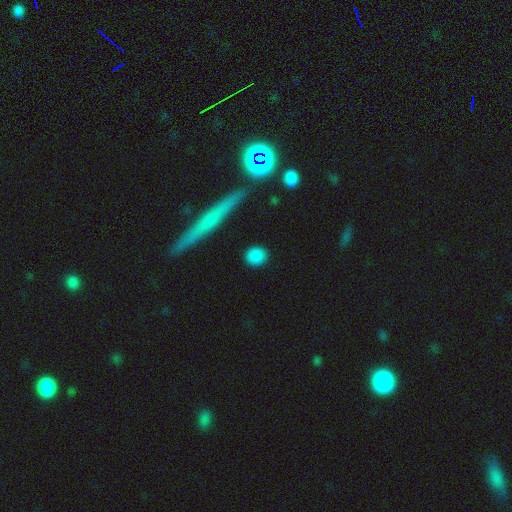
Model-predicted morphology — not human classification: Smooth or featured? Predicted: smooth (p=0.88). How rounded? Predicted: round (p=0.85). Merging? Predicted: none (p=0.90).